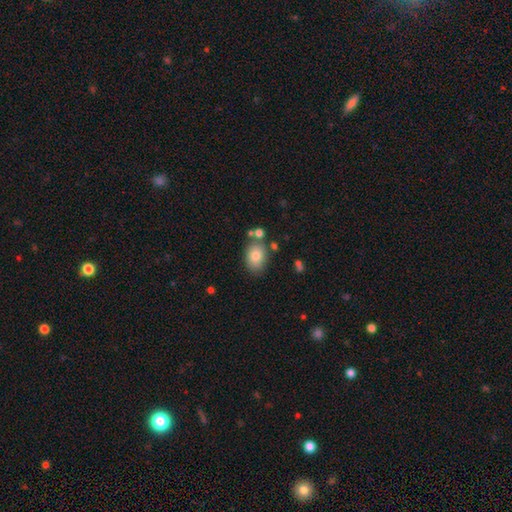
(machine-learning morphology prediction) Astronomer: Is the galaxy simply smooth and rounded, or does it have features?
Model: smooth — 78%.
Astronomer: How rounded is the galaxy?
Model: in between — 76%.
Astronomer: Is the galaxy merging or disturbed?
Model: none — 71%.